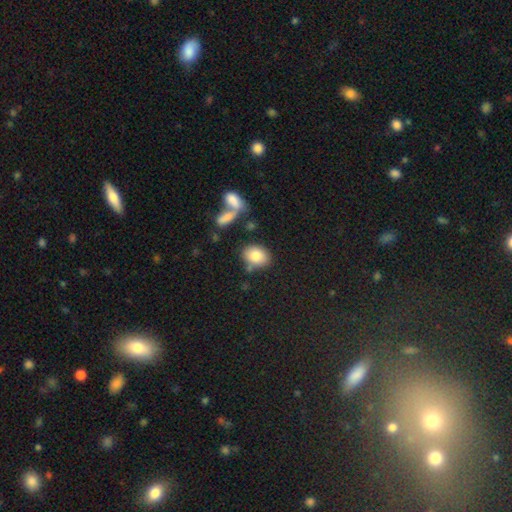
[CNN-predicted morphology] Smooth or featured? smooth (82%)
How rounded? in between (67%)
Merging? none (70%)